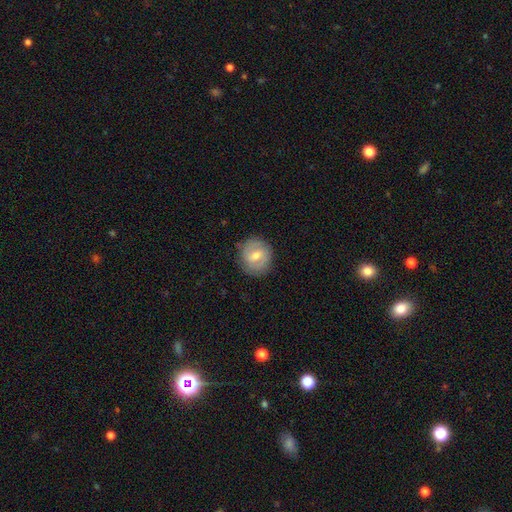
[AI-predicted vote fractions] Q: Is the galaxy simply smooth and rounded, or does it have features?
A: featured or disk — 48%.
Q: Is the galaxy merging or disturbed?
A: none — 85%.